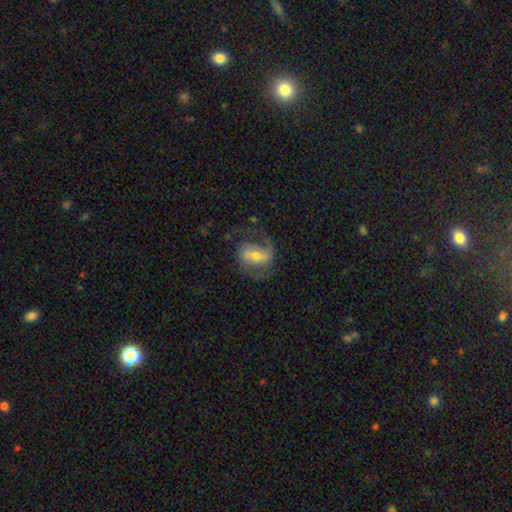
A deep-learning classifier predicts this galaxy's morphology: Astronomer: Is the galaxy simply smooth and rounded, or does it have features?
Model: featured or disk — 75%.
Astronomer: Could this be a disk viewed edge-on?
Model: no — 96%.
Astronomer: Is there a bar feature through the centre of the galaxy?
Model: weak — 40% (runner-up: strong, 39%).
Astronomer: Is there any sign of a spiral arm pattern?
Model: yes — 90%.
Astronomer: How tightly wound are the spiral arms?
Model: medium — 50% (runner-up: loose, 32%).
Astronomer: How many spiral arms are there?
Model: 2 — 80%.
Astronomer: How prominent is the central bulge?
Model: moderate — 52% (runner-up: small, 39%).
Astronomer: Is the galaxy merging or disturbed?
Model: none — 61%.